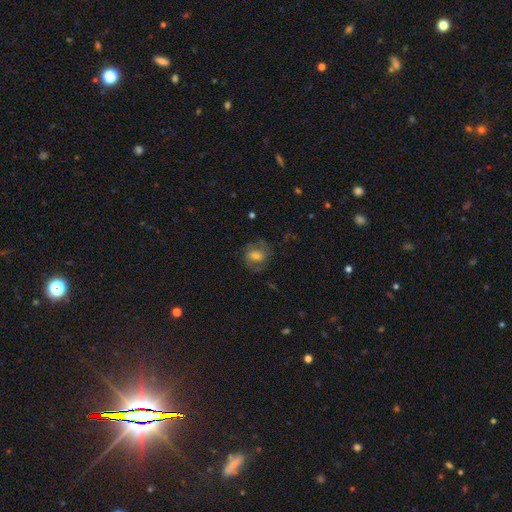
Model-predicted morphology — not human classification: Overall: featured or disk (45%; smooth 44%). Merging: none (70%).